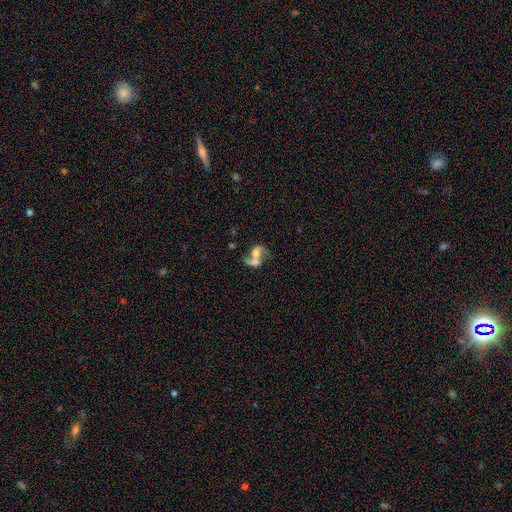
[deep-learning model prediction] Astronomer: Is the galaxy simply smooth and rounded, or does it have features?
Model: featured or disk — 48% (runner-up: smooth, 42%).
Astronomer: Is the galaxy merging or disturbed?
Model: merger — 72%.